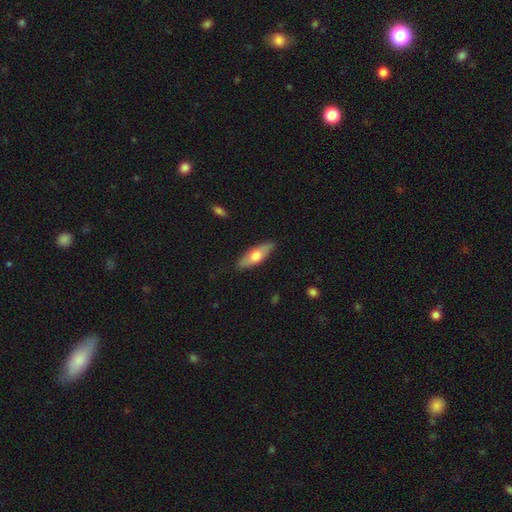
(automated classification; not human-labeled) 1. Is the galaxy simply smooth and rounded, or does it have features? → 59% smooth, 36% featured or disk, 5% star or artifact.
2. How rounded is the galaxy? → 60% in between, 37% cigar-shaped, 2% round.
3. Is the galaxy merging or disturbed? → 86% none, 11% minor disturbance, 2% major disturbance, 1% merger.